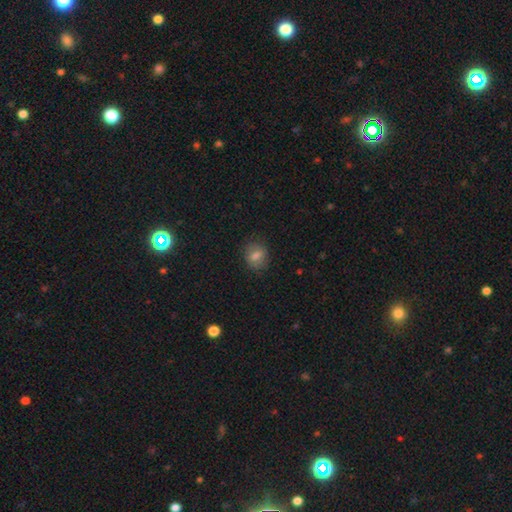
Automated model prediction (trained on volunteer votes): This is likely a smooth galaxy (71%). How rounded: likely round (60%). Merging: clearly none (84%).